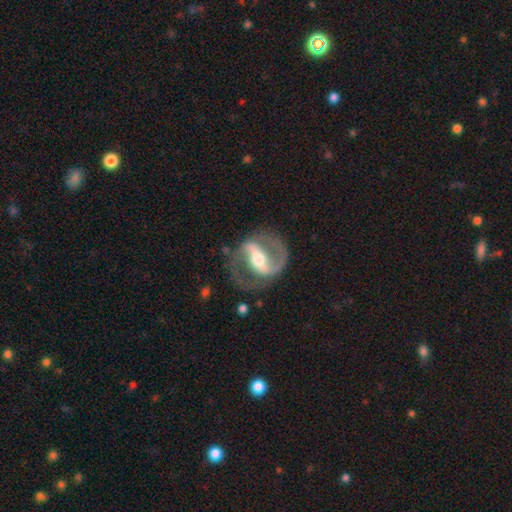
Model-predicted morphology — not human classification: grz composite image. It shows a featured or disk galaxy (89%) with a strong bar (63%), 2 (90%) medium (57%) spiral arms (93%) and a moderate central bulge (63%). Merging: none (74%).